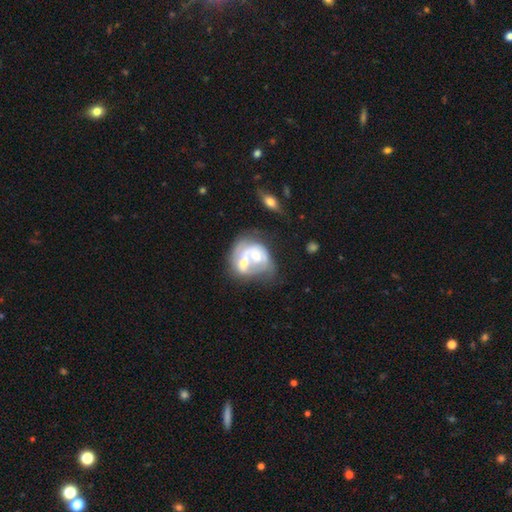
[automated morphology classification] featured or disk 58%, smooth 35%, star or artifact 7%. Down the decision tree: edge-on disk — no (97%); bar — no (81%); spiral arms — no (62%); bulge size — moderate (59%); merging — merger (71%).